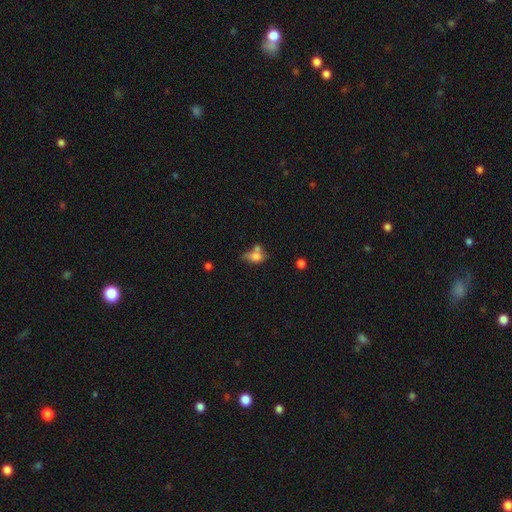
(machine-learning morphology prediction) smooth_or_featured: smooth (p=0.71) [alt: featured or disk p=0.18]
how_rounded: in between (p=0.73) [alt: round p=0.22]
merging: merger (p=0.38) [alt: none p=0.33]